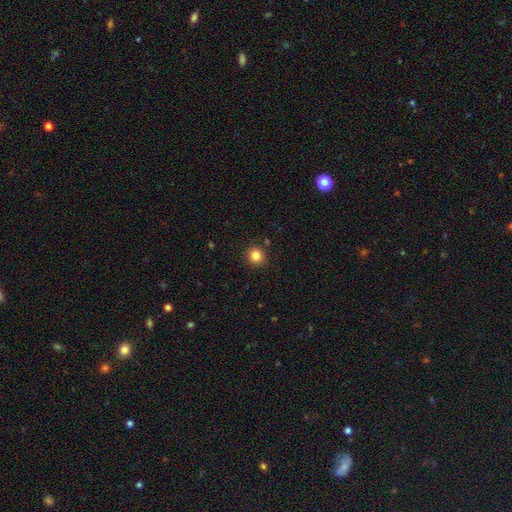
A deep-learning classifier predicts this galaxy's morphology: smooth_or_featured: smooth (p=0.84) [alt: star or artifact p=0.12]
how_rounded: round (p=0.92) [alt: in between p=0.07]
merging: none (p=0.91) [alt: minor disturbance p=0.06]